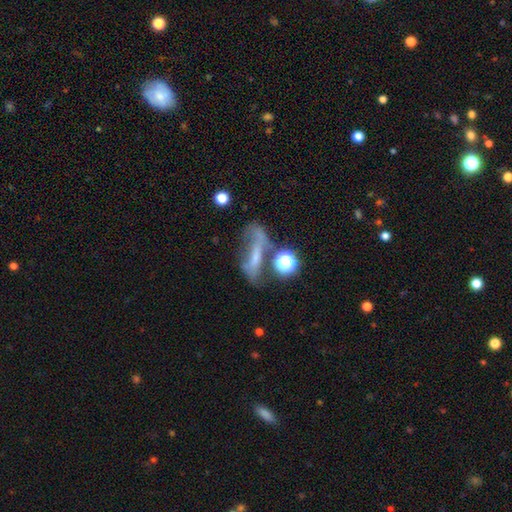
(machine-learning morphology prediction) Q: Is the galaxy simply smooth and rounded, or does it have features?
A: featured or disk — 48%.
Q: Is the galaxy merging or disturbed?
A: none — 34%.